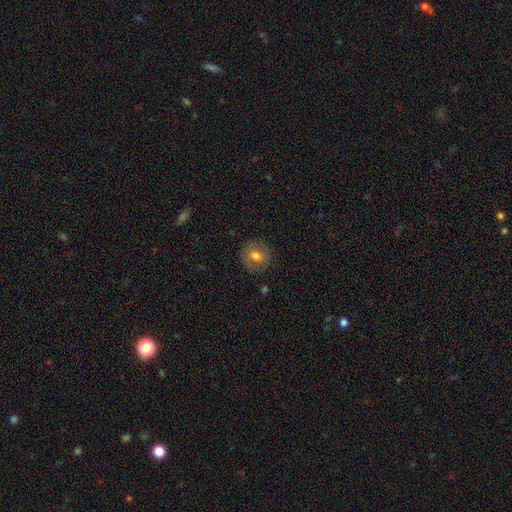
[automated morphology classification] This appears to be a smooth galaxy with no disk features (66%) that is round (85%). Merging: none (85%).